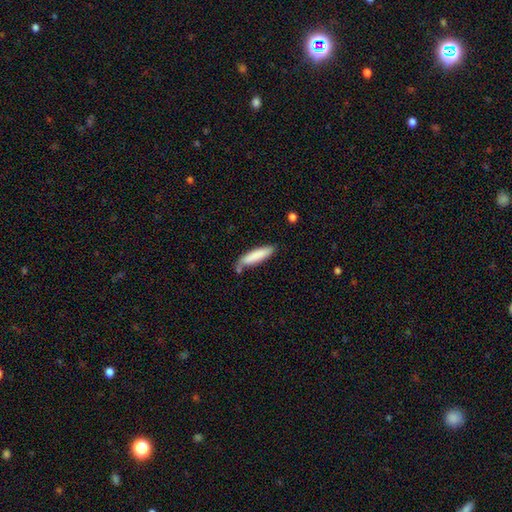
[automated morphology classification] Smooth or featured? Predicted: smooth (p=0.82). How rounded? Predicted: cigar-shaped (p=0.75). Merging? Predicted: none (p=0.64).